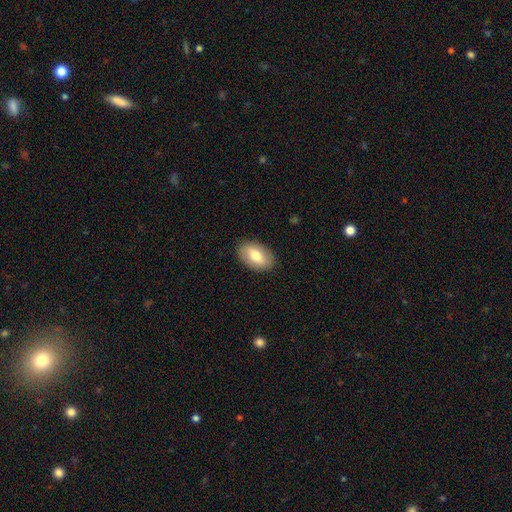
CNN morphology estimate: Smooth or featured? Predicted: smooth (p=0.68). How rounded? Predicted: in between (p=0.91). Merging? Predicted: none (p=0.87).